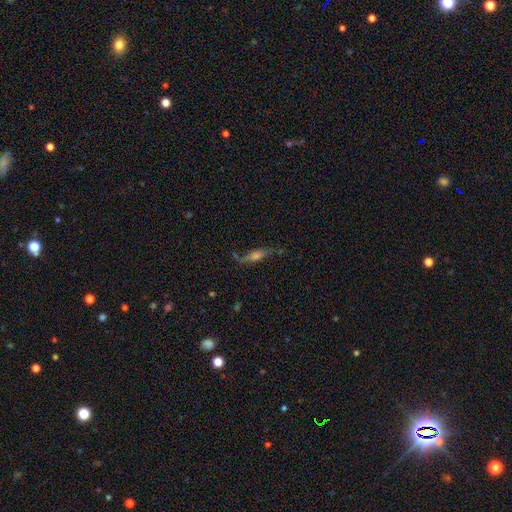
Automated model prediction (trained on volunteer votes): Overall: featured or disk (59%; smooth 29%). Edge-on disk: yes (78%). Merging: none (68%).